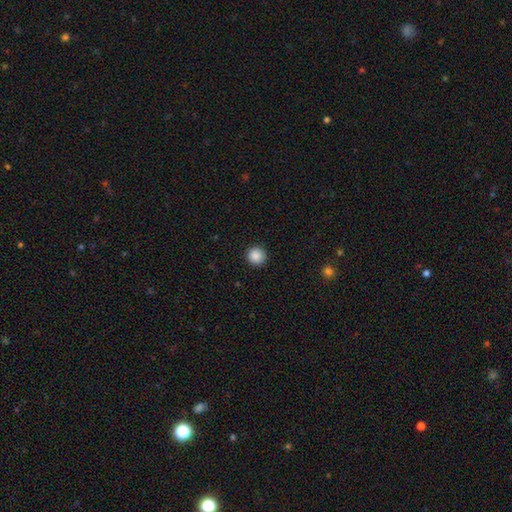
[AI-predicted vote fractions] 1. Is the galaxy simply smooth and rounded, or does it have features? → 88% smooth, 9% star or artifact, 3% featured or disk.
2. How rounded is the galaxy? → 96% round, 3% in between, 1% cigar-shaped.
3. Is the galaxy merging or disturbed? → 92% none, 5% minor disturbance, 2% major disturbance, 1% merger.